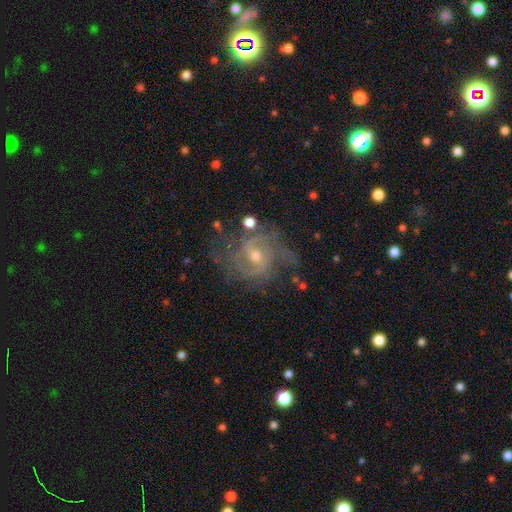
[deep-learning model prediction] Morphology: type=featured or disk (86%); edge-on=no (97%); bar=no (44%, tied with weak); spiral arms=yes (95%); winding=medium (45%); arm count=2 (45%); bulge=small (54%); merging=none (64%).